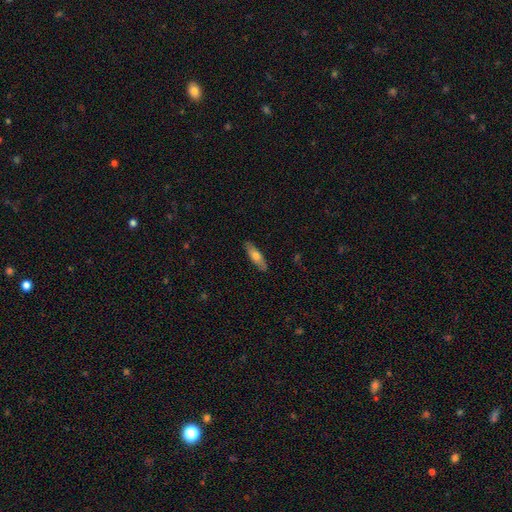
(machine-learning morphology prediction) type=smooth (63%); roundness=cigar-shaped (56%); merging=none (87%).